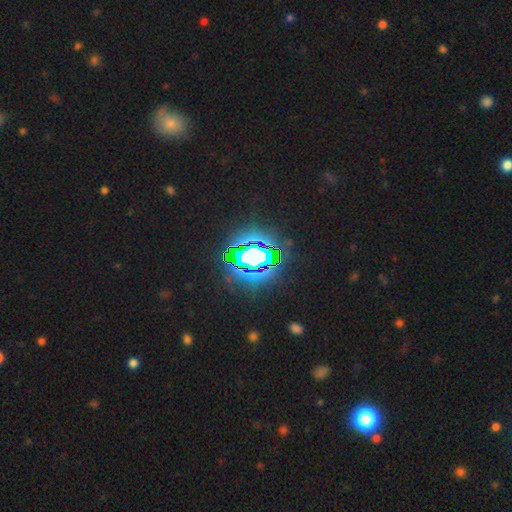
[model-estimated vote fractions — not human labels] Q: Smooth or featured?
A: star or artifact (73%); runner-up: smooth (14%)